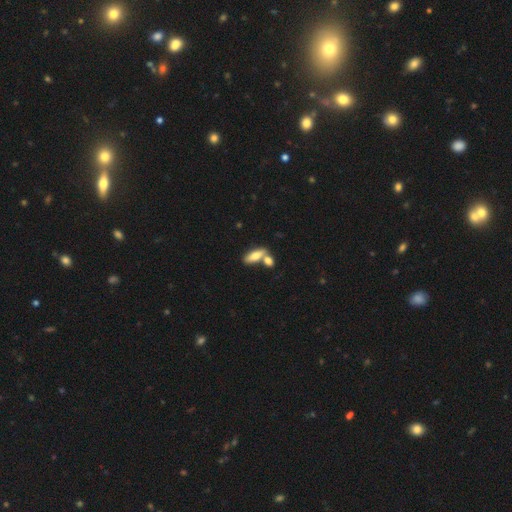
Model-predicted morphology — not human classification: smooth-or-featured: smooth: 73% | featured or disk: 20% | star or artifact: 7%
  how-rounded: in between: 72% | cigar-shaped: 24% | round: 4%
  merging: none: 46% | merger: 40% | minor disturbance: 10% | major disturbance: 4%